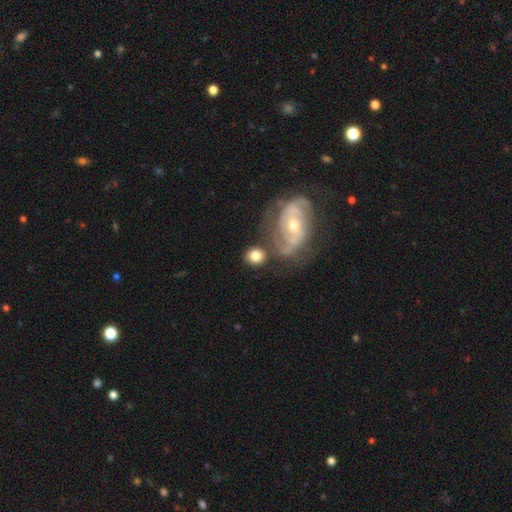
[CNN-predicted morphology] This appears to be a smooth galaxy with no disk features (70%) that is round (72%). Merging: none (60%).